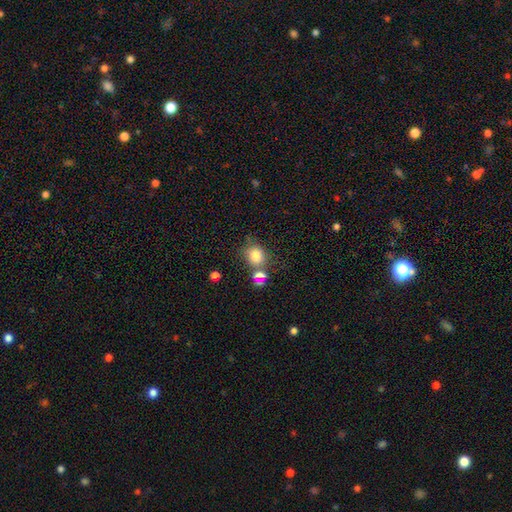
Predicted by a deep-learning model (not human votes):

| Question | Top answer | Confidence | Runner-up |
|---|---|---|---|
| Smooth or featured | smooth | 79% | star or artifact (13%) |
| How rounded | round | 63% | in between (36%) |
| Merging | none | 59% | merger (21%) |